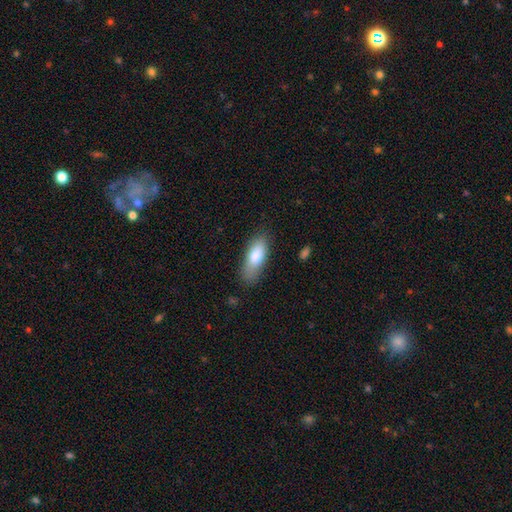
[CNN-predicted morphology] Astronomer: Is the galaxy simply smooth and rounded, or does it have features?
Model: smooth — 79%.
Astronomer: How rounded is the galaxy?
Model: in between — 71%.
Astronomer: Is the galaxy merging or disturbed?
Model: none — 77%.